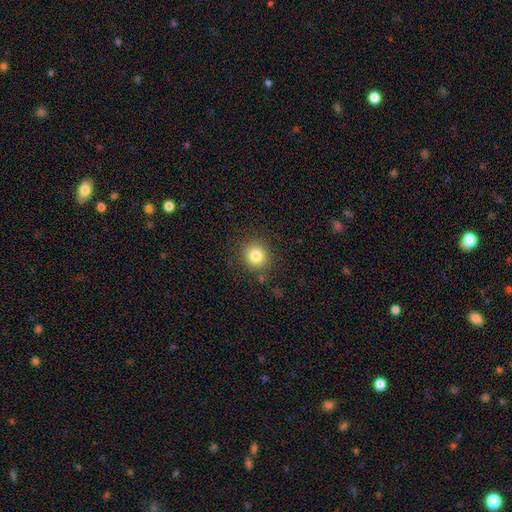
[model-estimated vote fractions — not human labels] Q: Smooth or featured?
A: smooth (81%); runner-up: star or artifact (12%)
Q: How rounded?
A: round (88%); runner-up: in between (11%)
Q: Merging?
A: none (86%); runner-up: minor disturbance (9%)